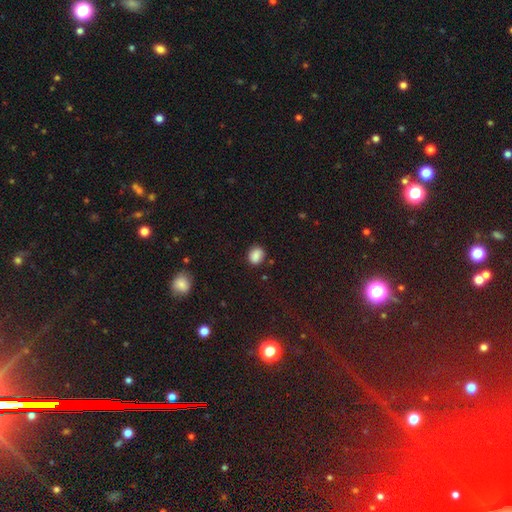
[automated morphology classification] The model was most divided on "how rounded": round: 50%, in between: 48%, cigar-shaped: 1%. More confident: smooth or featured — smooth (86%); merging — none (82%).